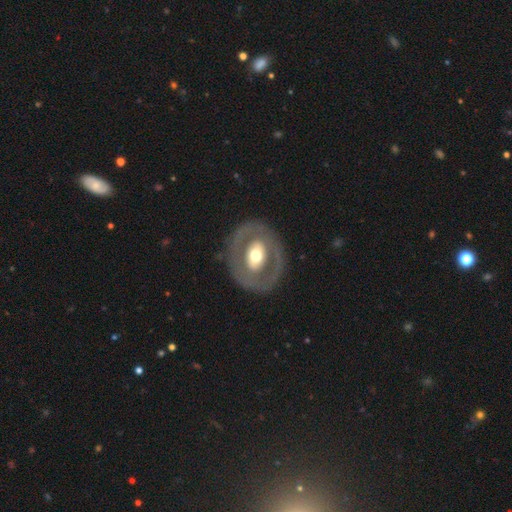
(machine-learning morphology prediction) Smooth or featured?
  - featured or disk: 58% *
  - smooth: 37%
  - star or artifact: 5%
Edge-on disk?
  - no: 93% *
  - yes: 7%
Bar?
  - no: 64% *
  - weak: 20%
  - strong: 16%
Spiral arms?
  - no: 87% *
  - yes: 13%
Bulge size?
  - moderate: 63% *
  - large: 25%
  - small: 9%
  - dominant: 2%
  - none: 1%
Merging?
  - none: 82% *
  - minor disturbance: 10%
  - major disturbance: 7%
  - merger: 1%